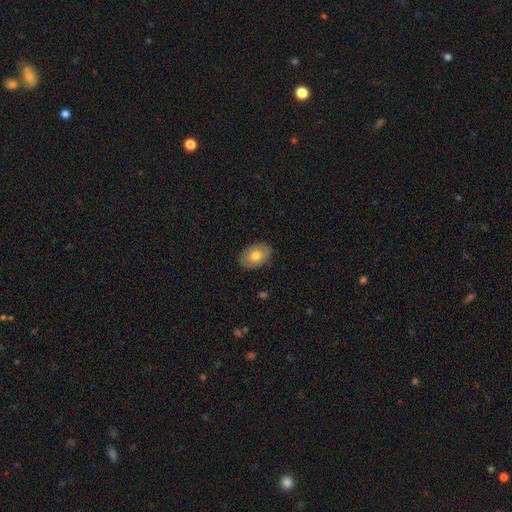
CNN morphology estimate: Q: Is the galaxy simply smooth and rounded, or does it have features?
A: smooth — 69%.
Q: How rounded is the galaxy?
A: in between — 85%.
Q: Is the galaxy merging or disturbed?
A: none — 86%.